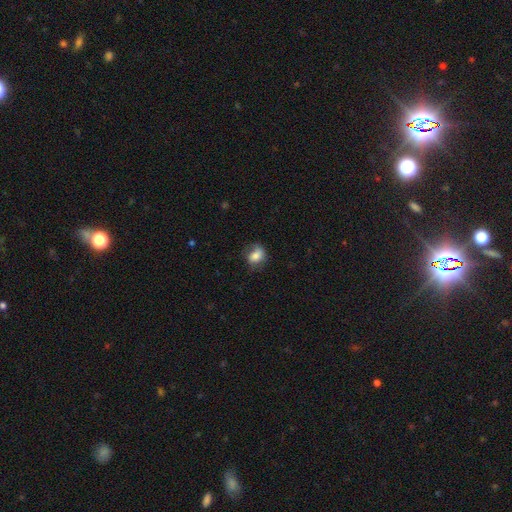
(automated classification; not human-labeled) Morphology: type=smooth (71%); roundness=in between (57%); merging=none (57%).